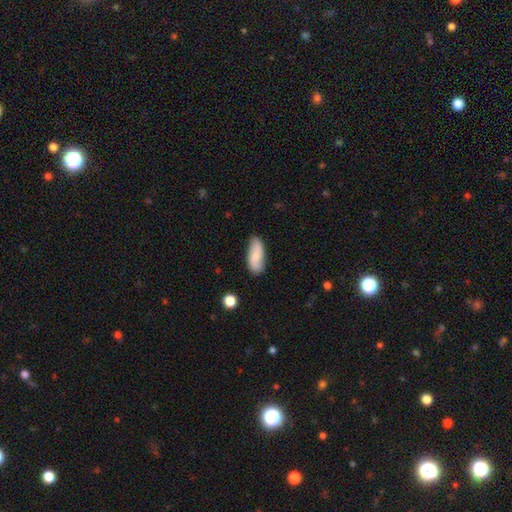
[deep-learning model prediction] smooth 74%, featured or disk 19%, star or artifact 6%. Down the decision tree: how rounded — in between (79%); merging — none (79%).